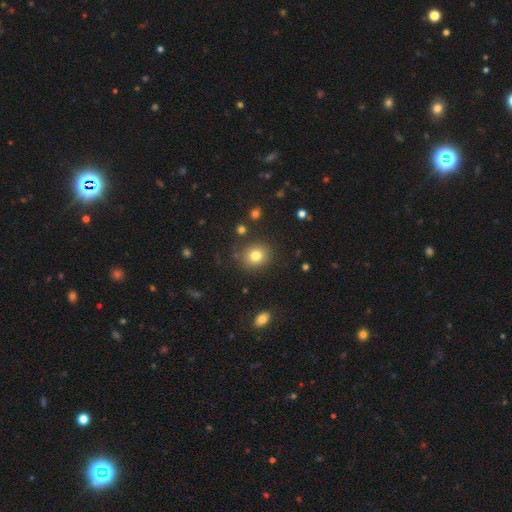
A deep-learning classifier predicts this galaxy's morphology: type=smooth (80%); roundness=round (78%); merging=none (86%).